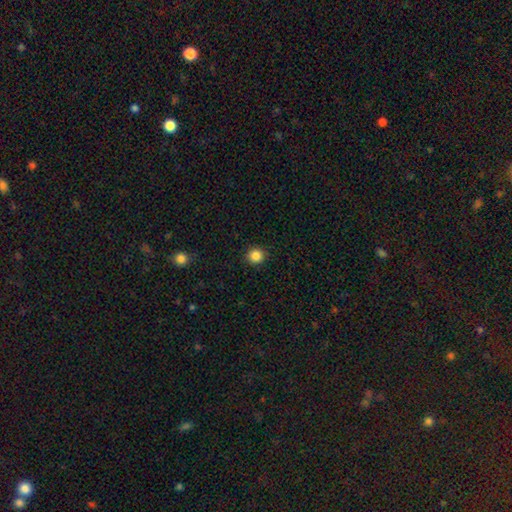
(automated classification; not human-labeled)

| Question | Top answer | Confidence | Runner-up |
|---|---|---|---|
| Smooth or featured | smooth | 86% | star or artifact (11%) |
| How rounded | round | 93% | in between (6%) |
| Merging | none | 92% | minor disturbance (5%) |